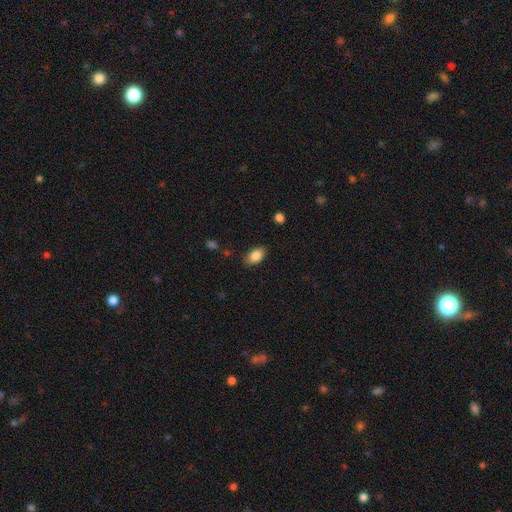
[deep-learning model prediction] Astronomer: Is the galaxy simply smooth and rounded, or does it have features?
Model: smooth — 85%.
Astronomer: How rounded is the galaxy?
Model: in between — 91%.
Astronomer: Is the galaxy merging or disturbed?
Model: none — 85%.